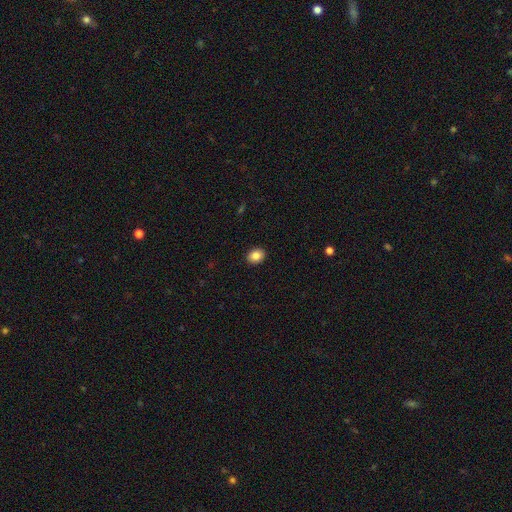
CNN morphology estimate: Smooth or featured: smooth — 86% (star or artifact — 9%)
How rounded: in between — 53% (round — 46%)
Merging: none — 91% (minor disturbance — 6%)